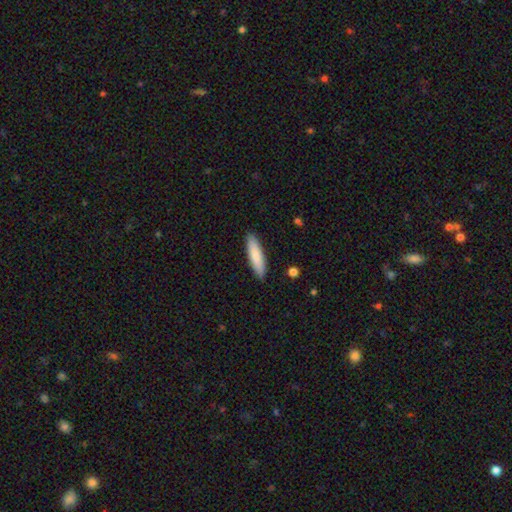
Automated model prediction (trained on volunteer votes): Overall: smooth (84%). How rounded: cigar-shaped (72%). Merging: none (90%).